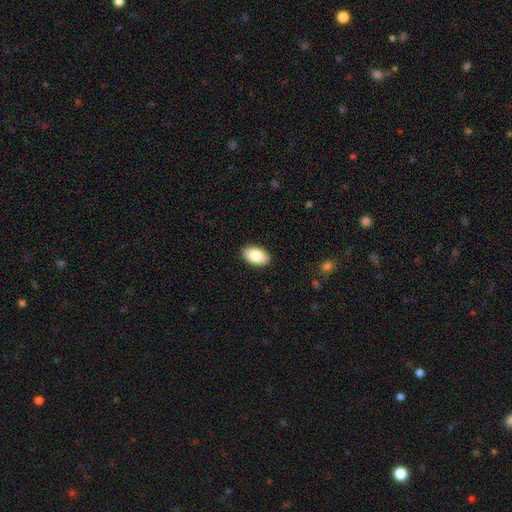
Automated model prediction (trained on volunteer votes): smooth_or_featured: smooth (p=0.86) [alt: featured or disk p=0.08]
how_rounded: in between (p=0.94) [alt: round p=0.05]
merging: none (p=0.90) [alt: minor disturbance p=0.08]